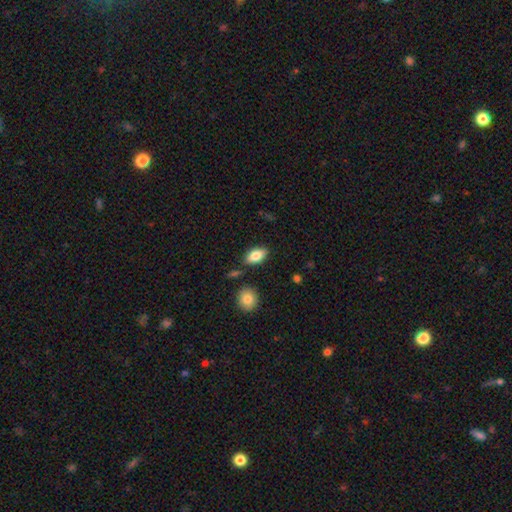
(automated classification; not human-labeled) Smooth or featured? smooth (80%)
How rounded? in between (89%)
Merging? none (81%)